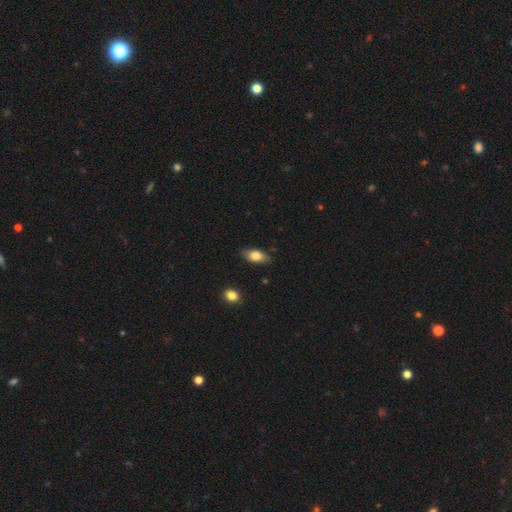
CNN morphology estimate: smooth 79%, featured or disk 14%, star or artifact 7%. Down the decision tree: how rounded — in between (88%); merging — none (82%).